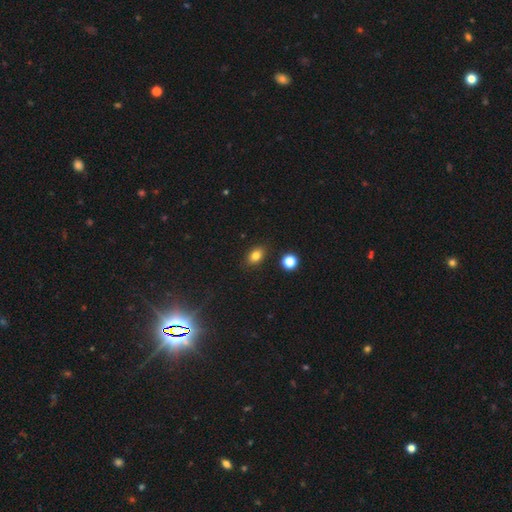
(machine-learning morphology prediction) Q: Smooth or featured?
A: smooth (80%); runner-up: star or artifact (12%)
Q: How rounded?
A: in between (74%); runner-up: round (25%)
Q: Merging?
A: none (85%); runner-up: minor disturbance (10%)